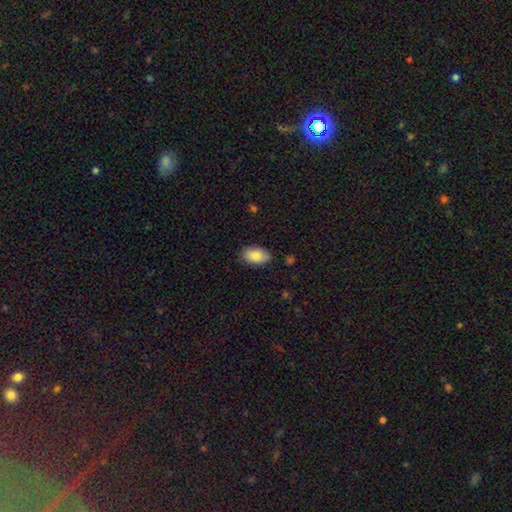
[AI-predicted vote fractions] Smooth or featured?
  - smooth: 86% *
  - featured or disk: 7%
  - star or artifact: 7%
How rounded?
  - in between: 93% *
  - round: 6%
  - cigar-shaped: 2%
Merging?
  - none: 84% *
  - minor disturbance: 12%
  - major disturbance: 2%
  - merger: 1%